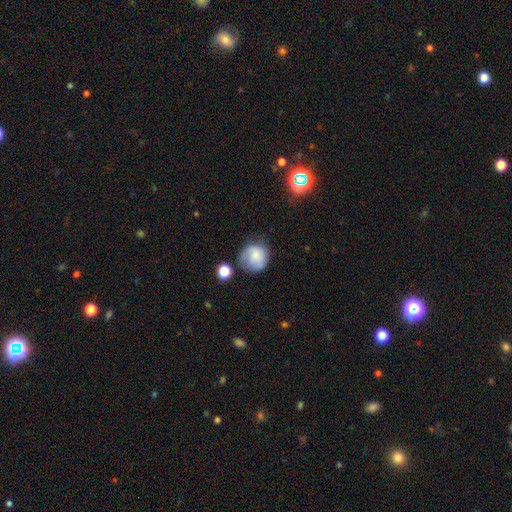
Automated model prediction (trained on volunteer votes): smooth-or-featured: smooth: 76% | featured or disk: 15% | star or artifact: 9%
  how-rounded: round: 87% | in between: 12% | cigar-shaped: 1%
  merging: none: 57% | minor disturbance: 26% | major disturbance: 10% | merger: 7%